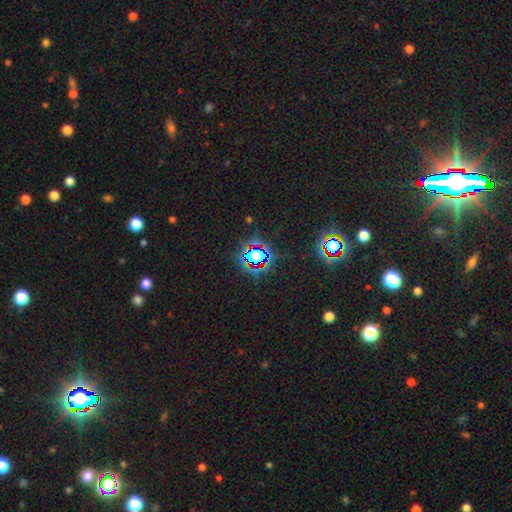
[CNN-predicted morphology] Q: Smooth or featured?
A: star or artifact (67%); runner-up: smooth (22%)